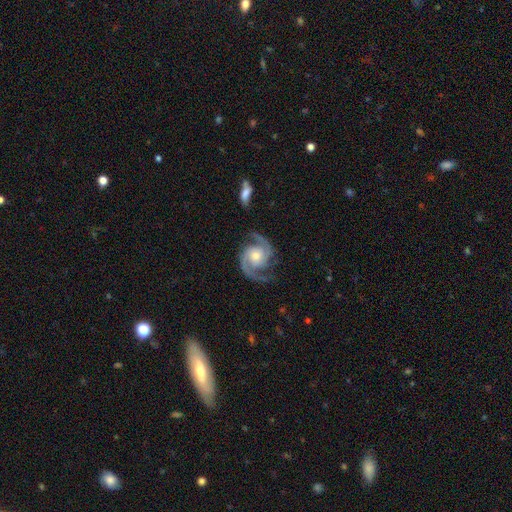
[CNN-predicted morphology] A featured or disk galaxy (93%) with no bar (68%), 2 (93%) medium (55%) spiral arms (99%) and a moderate central bulge (60%). Merging: none (80%).